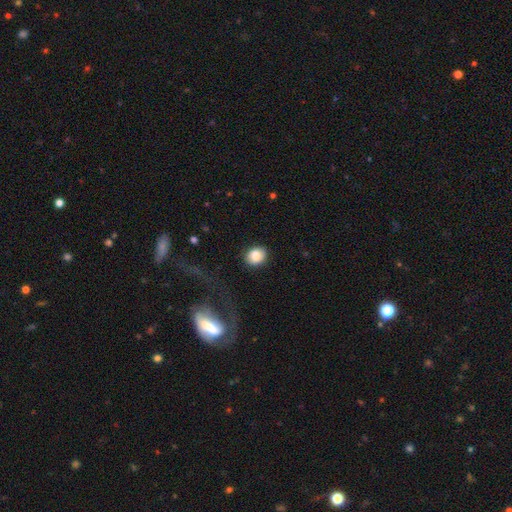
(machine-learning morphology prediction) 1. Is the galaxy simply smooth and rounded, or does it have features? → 80% smooth, 11% featured or disk, 9% star or artifact.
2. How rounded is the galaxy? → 58% round, 41% in between, 1% cigar-shaped.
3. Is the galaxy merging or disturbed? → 86% none, 10% minor disturbance, 3% major disturbance, 1% merger.